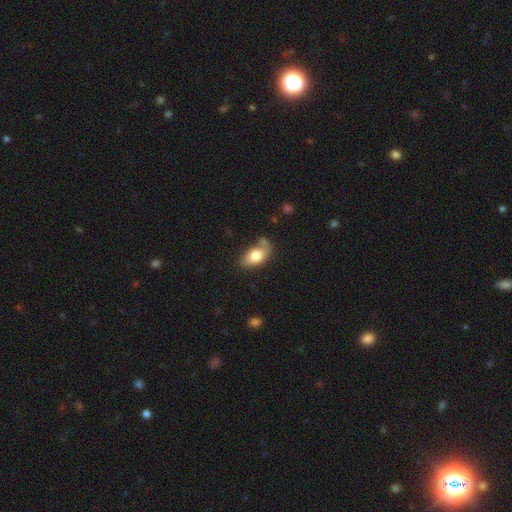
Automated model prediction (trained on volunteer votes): smooth-or-featured: smooth: 77% | featured or disk: 16% | star or artifact: 7%
  how-rounded: in between: 89% | round: 8% | cigar-shaped: 3%
  merging: none: 49% | minor disturbance: 25% | merger: 15% | major disturbance: 12%